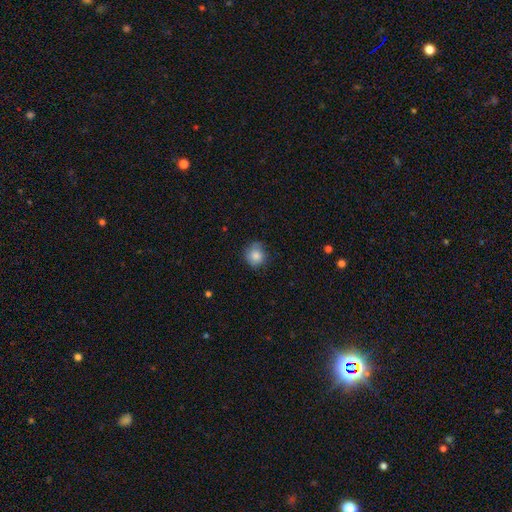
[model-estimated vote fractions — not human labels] smooth-or-featured: smooth: 84% | star or artifact: 9% | featured or disk: 7%
  how-rounded: round: 86% | in between: 13% | cigar-shaped: 1%
  merging: none: 73% | minor disturbance: 21% | major disturbance: 4% | merger: 1%